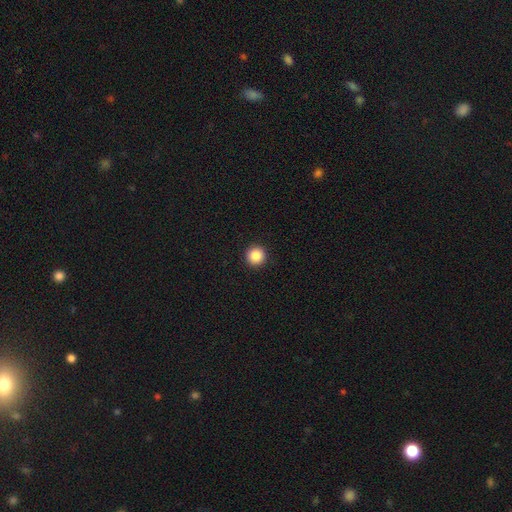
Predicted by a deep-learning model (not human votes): Smooth or featured? Predicted: smooth (p=0.87). How rounded? Predicted: round (p=0.96). Merging? Predicted: none (p=0.93).